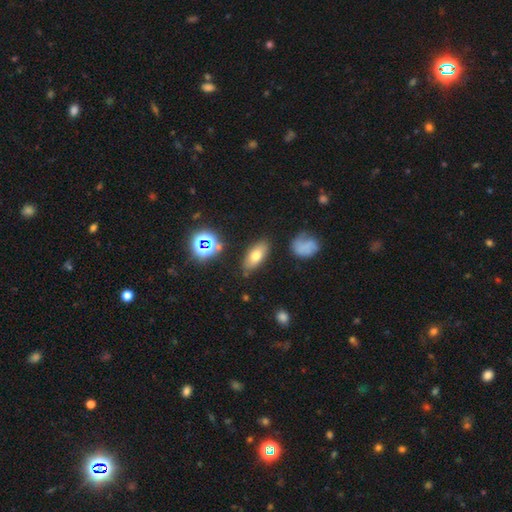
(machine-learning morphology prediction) type=smooth (67%); roundness=in between (80%); merging=none (81%).